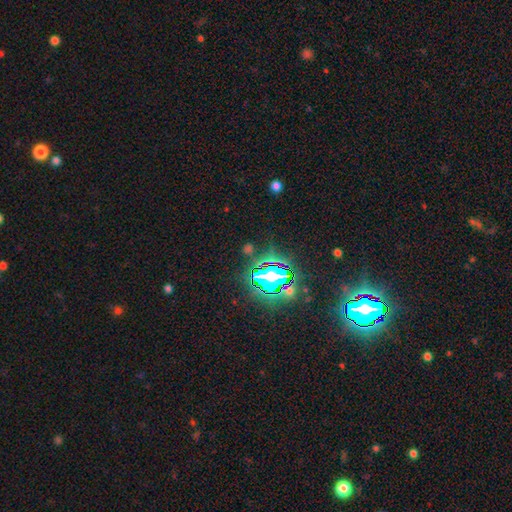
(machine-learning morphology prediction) star or artifact 82%, smooth 11%, featured or disk 7%.